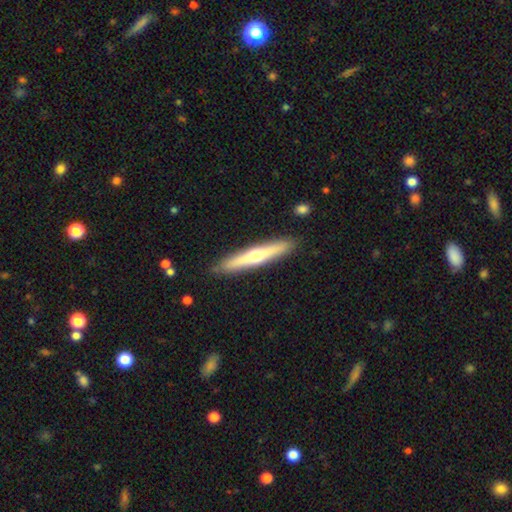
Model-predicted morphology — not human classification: A featured or disk galaxy (57%) viewed edge-on (95%) with a rounded central bulge (87%). Merging: none (90%).